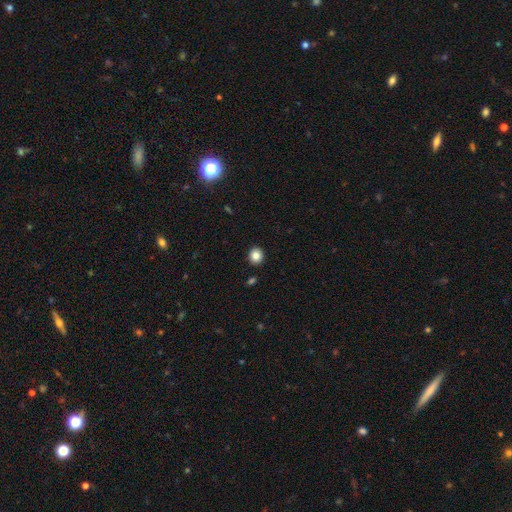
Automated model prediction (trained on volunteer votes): Morphology: type=smooth (84%); roundness=round (83%); merging=none (92%).